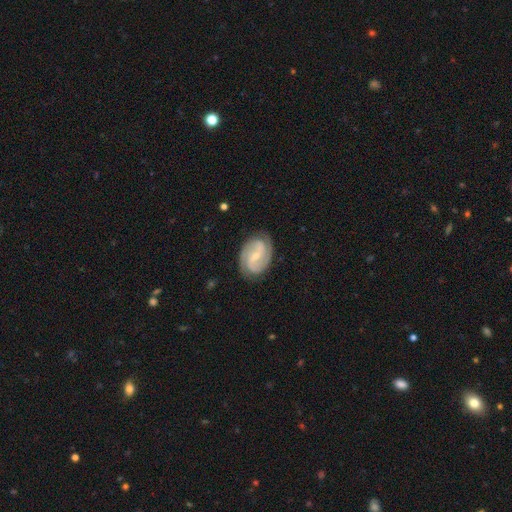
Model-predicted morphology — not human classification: A featured or disk galaxy (86%) with a weak bar (48%), 2 (77%) medium (45%) spiral arms (96%) and a small central bulge (63%).

Vote fractions:
- Smooth or featured? featured or disk: 86% / smooth: 10% / star or artifact: 4%
- Edge-on disk? no: 97% / yes: 3%
- Bar? weak: 48% / strong: 27% / no: 25%
- Spiral arms? yes: 96% / no: 4%
- Spiral winding? medium: 45% / tight: 40% / loose: 14%
- Spiral arm count? 2: 77% / 3: 10% / can't tell: 7% / 4: 2% / 1: 2% / more than 4: 2%
- Bulge size? small: 63% / moderate: 33% / none: 2% / large: 1% / dominant: 1%
- Merging? none: 82% / minor disturbance: 14% / major disturbance: 3% / merger: 1%